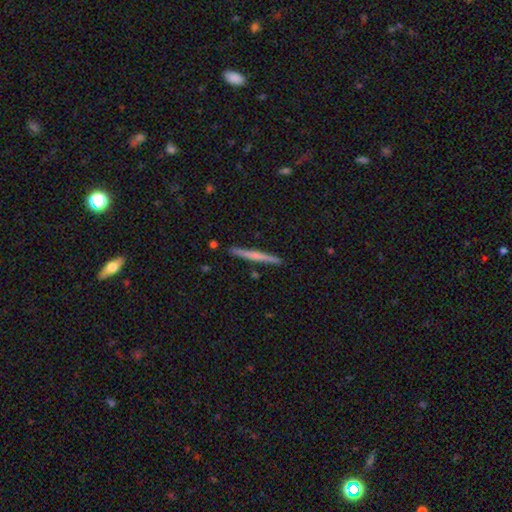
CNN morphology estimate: smooth-or-featured: featured or disk: 49% | smooth: 45% | star or artifact: 6%
  merging: none: 91% | minor disturbance: 7% | merger: 2% | major disturbance: 1%